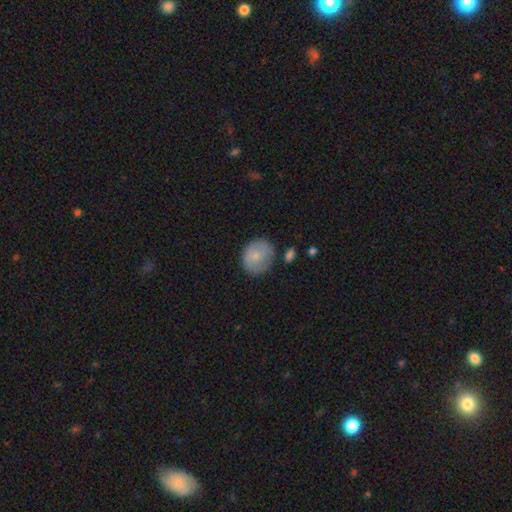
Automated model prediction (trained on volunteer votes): A smooth galaxy with no disk features (75%) that is round (77%). Merging: none (69%).